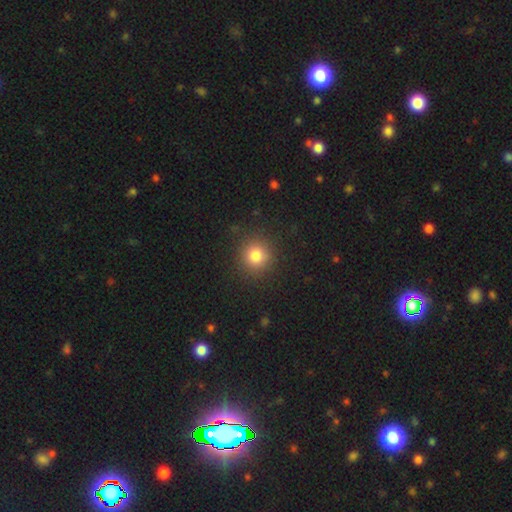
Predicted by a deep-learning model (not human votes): smooth 81%, star or artifact 13%, featured or disk 6%. Down the decision tree: how rounded — round (92%); merging — none (89%).